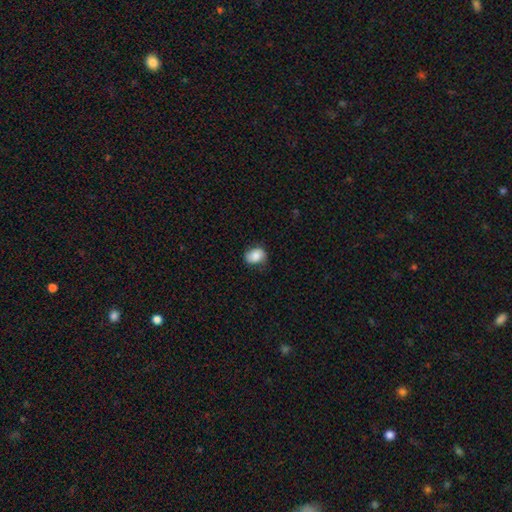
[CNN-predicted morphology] Smooth or featured? Predicted: smooth (p=0.80). How rounded? Predicted: in between (p=0.64). Merging? Predicted: none (p=0.69).